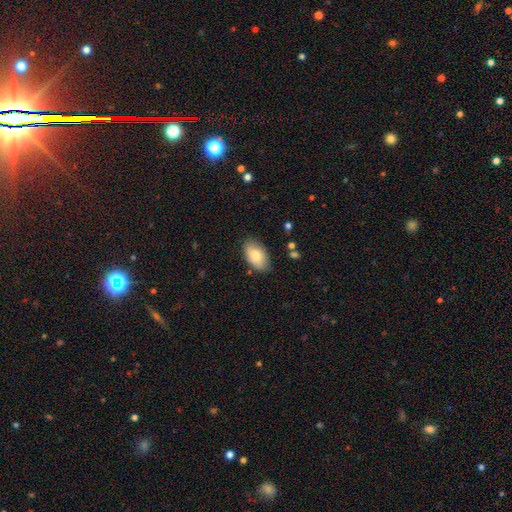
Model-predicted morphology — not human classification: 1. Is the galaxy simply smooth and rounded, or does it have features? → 80% smooth, 13% featured or disk, 7% star or artifact.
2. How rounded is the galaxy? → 93% in between, 5% round, 2% cigar-shaped.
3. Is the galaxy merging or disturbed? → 81% none, 15% minor disturbance, 3% major disturbance, 2% merger.